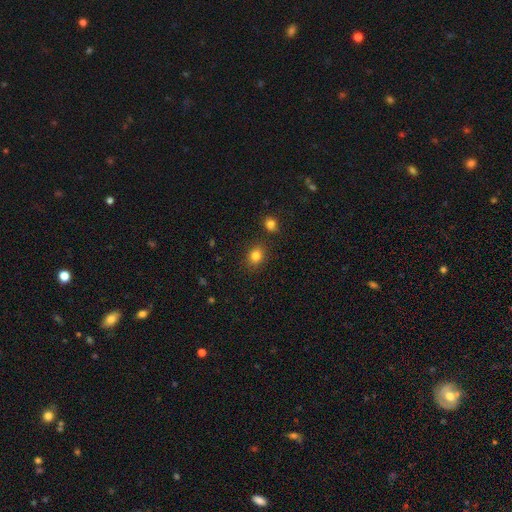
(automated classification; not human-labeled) Smooth or featured? Predicted: smooth (p=0.82). How rounded? Predicted: round (p=0.58). Merging? Predicted: none (p=0.83).